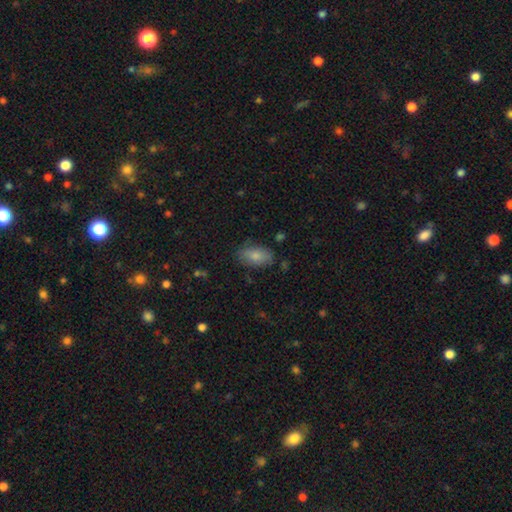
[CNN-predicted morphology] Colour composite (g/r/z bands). It shows a smooth galaxy with no disk features (82%) that is in between round and cigar-shaped (92%). Merging: none (78%).